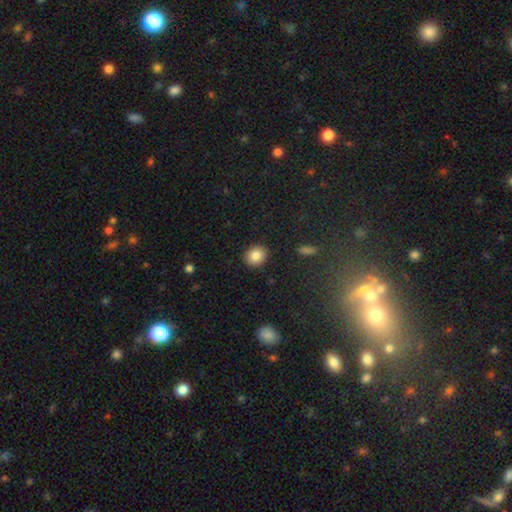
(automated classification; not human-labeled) The model was most divided on "how rounded": round: 65%, in between: 34%, cigar-shaped: 1%. More confident: merging — none (90%); smooth or featured — smooth (84%).